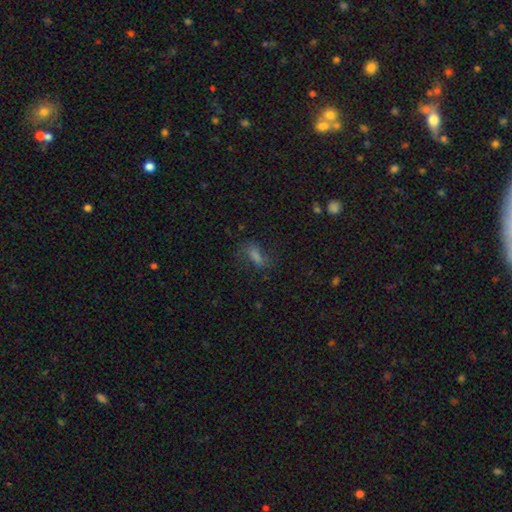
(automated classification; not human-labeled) Smooth or featured?
  - smooth: 54% *
  - star or artifact: 23%
  - featured or disk: 23%
How rounded?
  - in between: 60% *
  - cigar-shaped: 32%
  - round: 8%
Merging?
  - none: 65% *
  - minor disturbance: 19%
  - major disturbance: 13%
  - merger: 3%